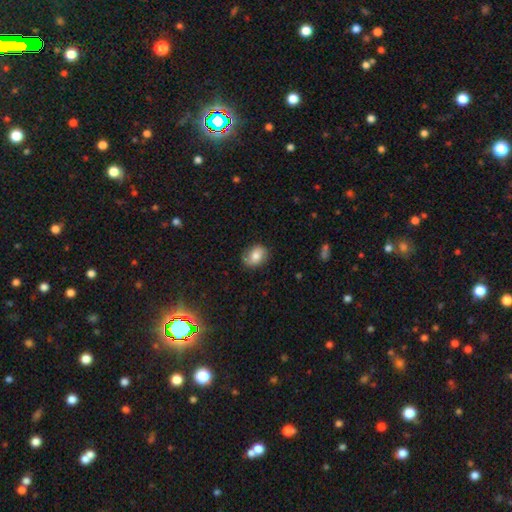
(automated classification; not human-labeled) A smooth galaxy with no disk features (61%) that is in between round and cigar-shaped (56%). Merging: none (74%).